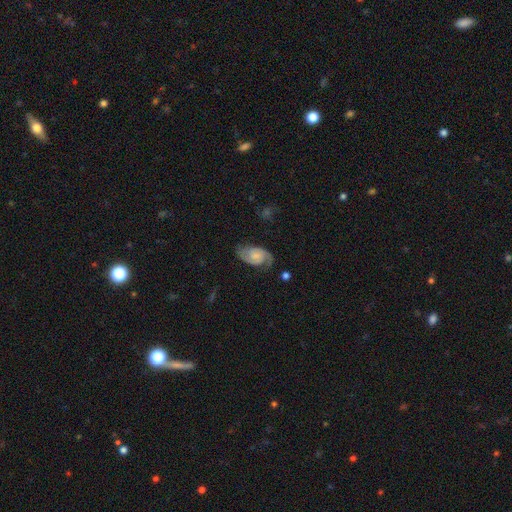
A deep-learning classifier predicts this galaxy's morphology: Smooth or featured? featured or disk (76%)
Edge-on disk? no (97%)
Bar? no (63%)
Spiral arms? yes (96%)
Spiral winding? medium (46%)
Spiral arm count? 2 (88%)
Bulge size? small (42%)
Merging? none (69%)